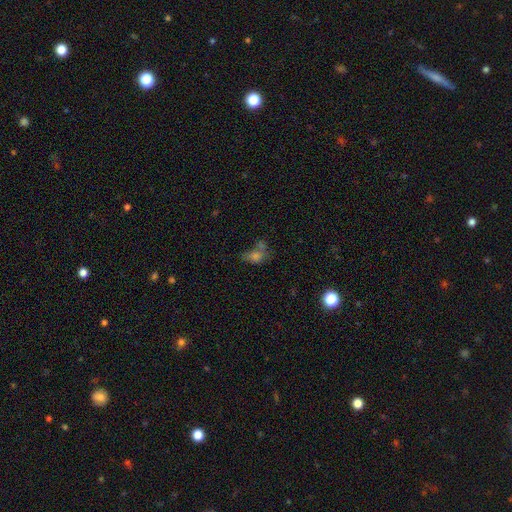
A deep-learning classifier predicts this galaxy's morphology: A smooth galaxy with no disk features (57%) that is in between round and cigar-shaped (67%).

Vote fractions:
- Smooth or featured? smooth: 57% / star or artifact: 23% / featured or disk: 19%
- How rounded? in between: 67% / round: 29% / cigar-shaped: 4%
- Merging? none: 34% (tied) / merger: 34% (tied) / minor disturbance: 16% / major disturbance: 16%